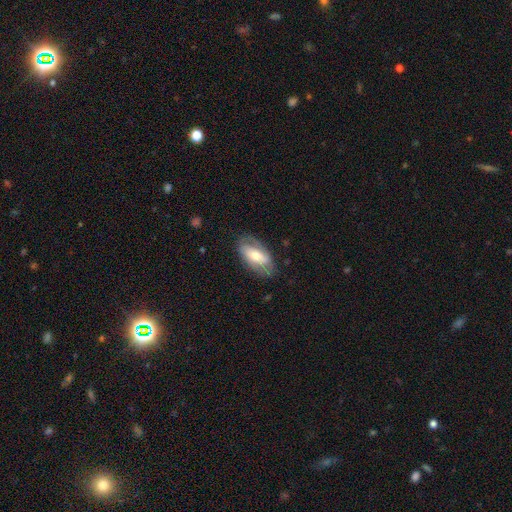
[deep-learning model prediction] This appears to be a featured or disk galaxy (54%). Merging: none (74%).